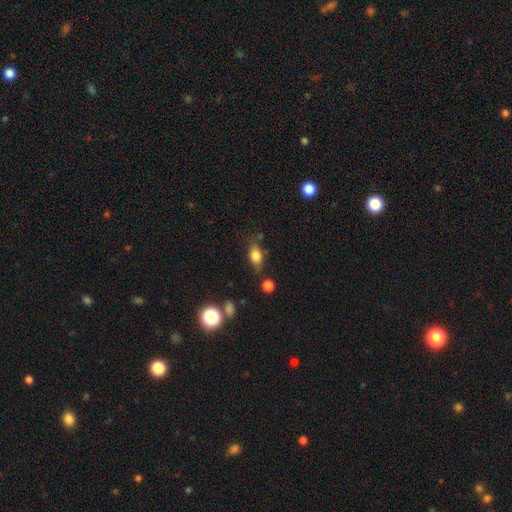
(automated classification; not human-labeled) A smooth galaxy with no disk features (78%) that is in between round and cigar-shaped (77%).

Vote fractions:
- Smooth or featured? smooth: 78% / featured or disk: 12% / star or artifact: 10%
- How rounded? in between: 77% / round: 17% / cigar-shaped: 6%
- Merging? none: 70% / minor disturbance: 20% / major disturbance: 6% / merger: 5%